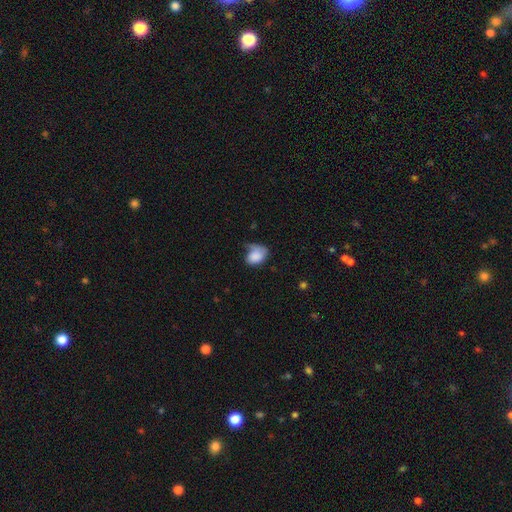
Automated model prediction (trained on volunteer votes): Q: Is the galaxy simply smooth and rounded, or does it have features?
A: smooth — 78%.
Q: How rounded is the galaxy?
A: in between — 74%.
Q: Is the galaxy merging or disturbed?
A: minor disturbance — 34%.